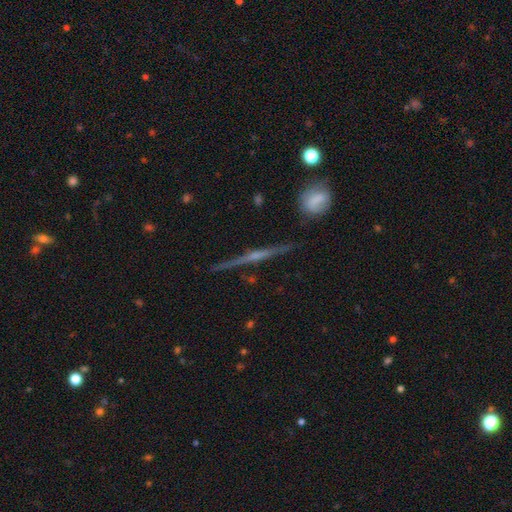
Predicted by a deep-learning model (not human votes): Q: Smooth or featured?
A: featured or disk (81%); runner-up: smooth (11%)
Q: Edge-on disk?
A: yes (98%); runner-up: no (2%)
Q: Edge-on bulge?
A: rounded (73%); runner-up: none (17%)
Q: Merging?
A: none (89%); runner-up: minor disturbance (7%)